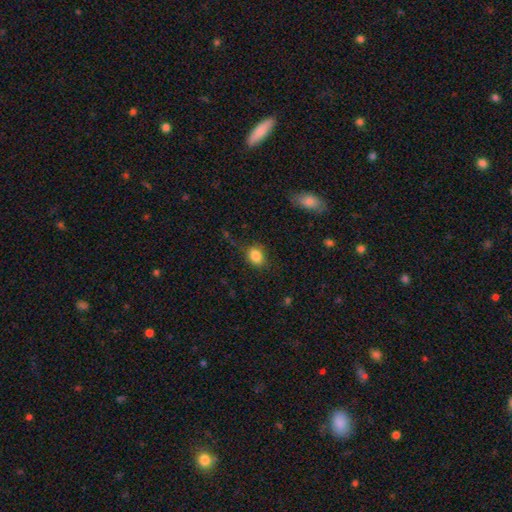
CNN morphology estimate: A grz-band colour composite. It shows a smooth galaxy with no disk features (85%) that is in between round and cigar-shaped (58%). Merging: none (78%).